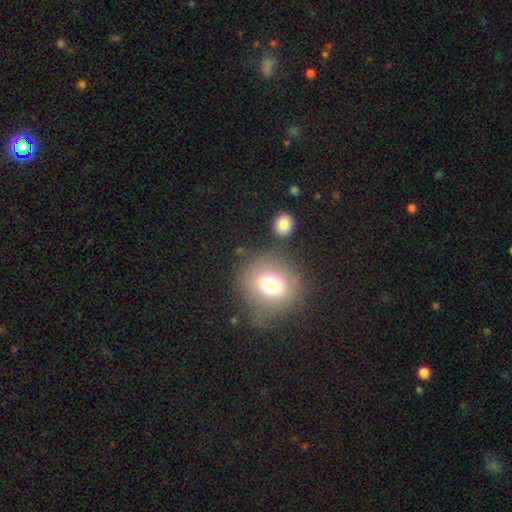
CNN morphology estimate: smooth_or_featured: smooth (p=0.67) [alt: star or artifact p=0.18]
how_rounded: round (p=0.80) [alt: in between p=0.19]
merging: none (p=0.79) [alt: minor disturbance p=0.12]